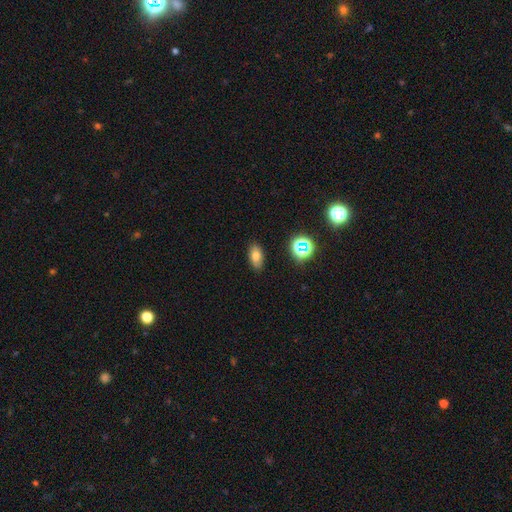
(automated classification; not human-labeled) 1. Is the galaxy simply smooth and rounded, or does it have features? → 73% smooth, 15% star or artifact, 12% featured or disk.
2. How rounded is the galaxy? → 88% in between, 8% round, 5% cigar-shaped.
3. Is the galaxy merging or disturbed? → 85% none, 11% minor disturbance, 2% major disturbance, 2% merger.